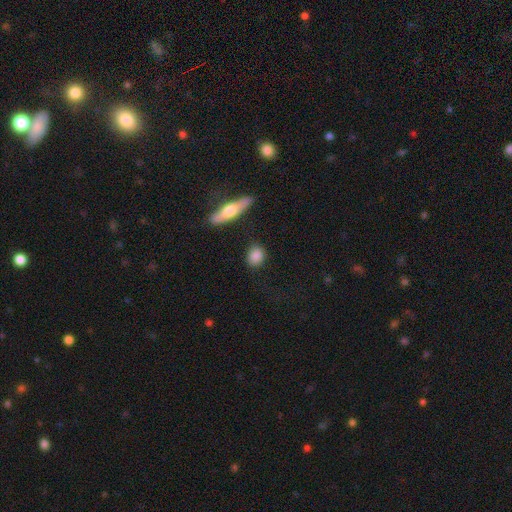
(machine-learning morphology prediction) The model was most divided on "how rounded": round: 57%, in between: 38%, cigar-shaped: 5%. More confident: merging — none (85%); smooth or featured — smooth (85%).